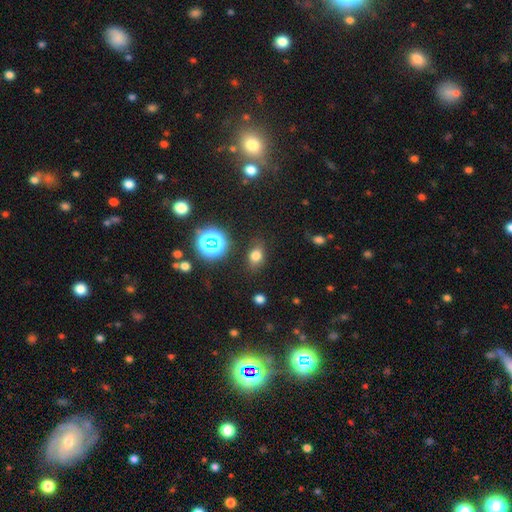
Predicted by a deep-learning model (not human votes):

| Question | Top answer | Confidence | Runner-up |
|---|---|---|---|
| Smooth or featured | smooth | 72% | star or artifact (19%) |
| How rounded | in between | 68% | round (30%) |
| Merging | none | 82% | minor disturbance (12%) |